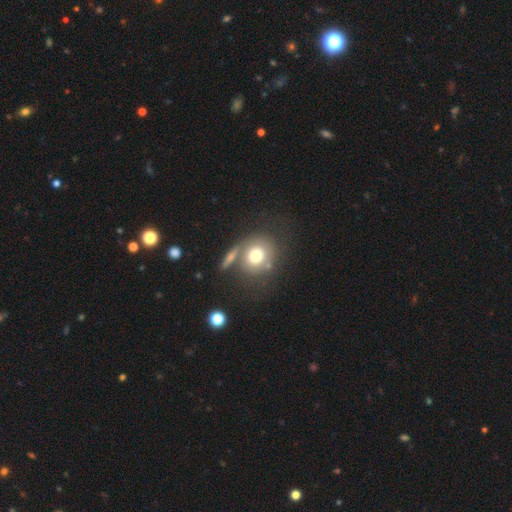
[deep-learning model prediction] smooth-or-featured: smooth: 70% | featured or disk: 20% | star or artifact: 10%
  how-rounded: round: 82% | in between: 16% | cigar-shaped: 1%
  merging: none: 56% | merger: 22% | minor disturbance: 14% | major disturbance: 8%